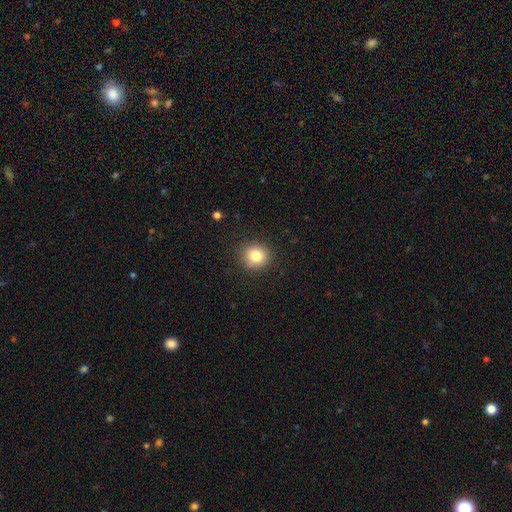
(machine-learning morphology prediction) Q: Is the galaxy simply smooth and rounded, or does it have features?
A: smooth — 81%.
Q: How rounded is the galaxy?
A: round — 87%.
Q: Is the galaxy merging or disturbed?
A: none — 87%.